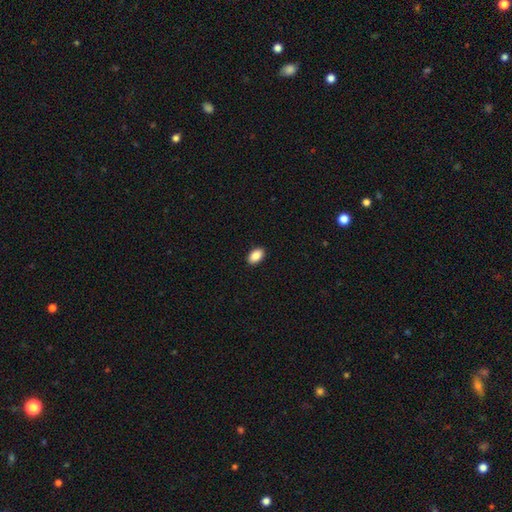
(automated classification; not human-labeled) Smooth or featured: smooth — 88% (star or artifact — 7%)
How rounded: in between — 93% (round — 6%)
Merging: none — 91% (minor disturbance — 7%)